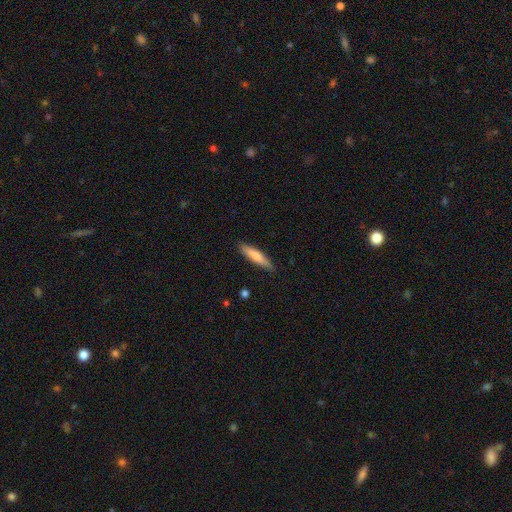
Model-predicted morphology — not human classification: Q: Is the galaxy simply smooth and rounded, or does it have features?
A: smooth — 73%.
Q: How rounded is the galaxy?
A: cigar-shaped — 82%.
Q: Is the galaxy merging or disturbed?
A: none — 87%.